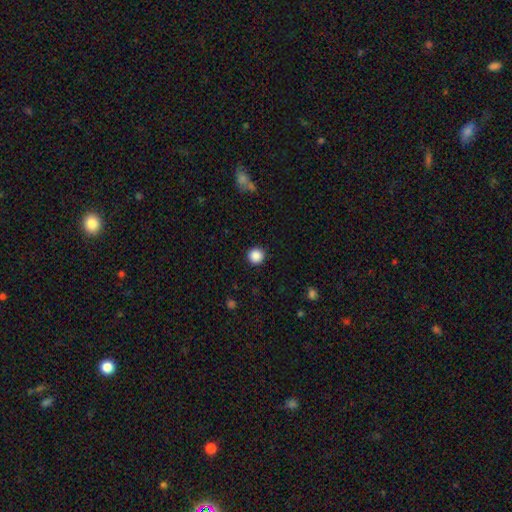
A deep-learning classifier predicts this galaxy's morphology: smooth 88%, star or artifact 10%, featured or disk 2%. Down the decision tree: how rounded — round (95%); merging — none (92%).